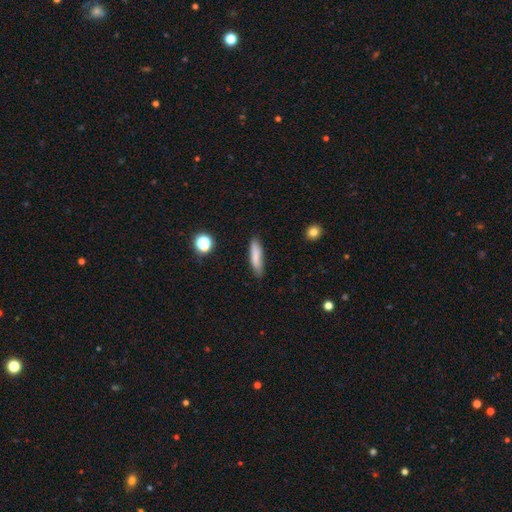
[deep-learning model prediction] A smooth galaxy with no disk features (82%) that is cigar-shaped (76%).

Vote fractions:
- Smooth or featured? smooth: 82% / featured or disk: 11% / star or artifact: 8%
- How rounded? cigar-shaped: 76% / in between: 22% / round: 2%
- Merging? none: 82% / minor disturbance: 14% / major disturbance: 3% / merger: 2%